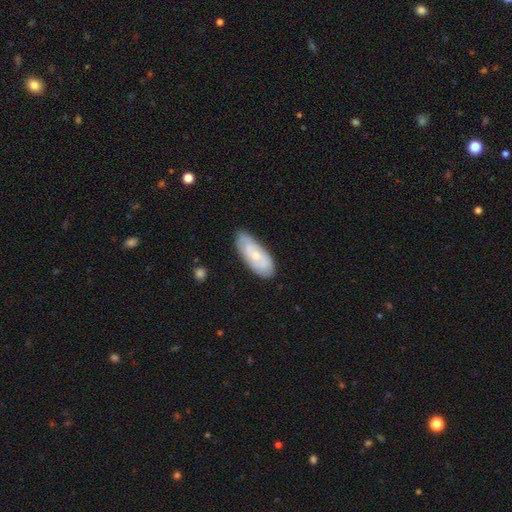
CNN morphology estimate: This is possibly a featured or disk galaxy (52%). It is clearly not viewed edge-on (88%). Merging: likely none (77%).